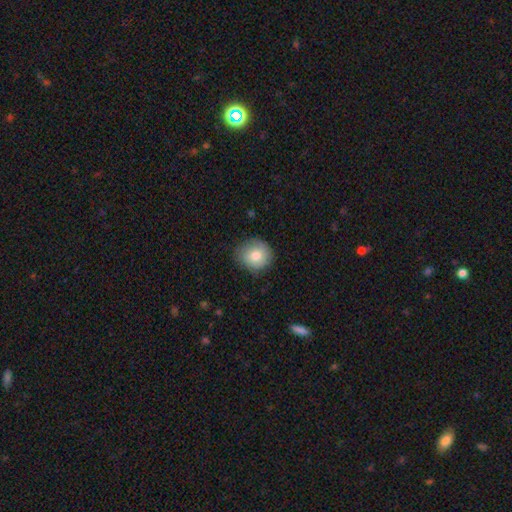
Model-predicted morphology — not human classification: Smooth or featured? Predicted: smooth (p=0.79). How rounded? Predicted: round (p=0.85). Merging? Predicted: none (p=0.77).